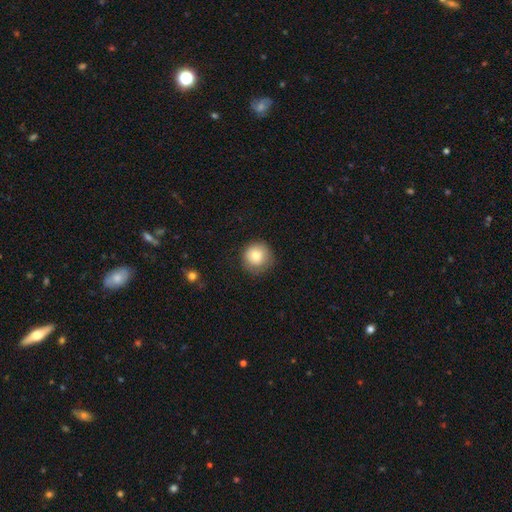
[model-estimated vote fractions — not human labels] The model was most divided on "merging": none: 80%, minor disturbance: 15%, major disturbance: 4%, merger: 1%. More confident: how rounded — round (94%); smooth or featured — smooth (79%).